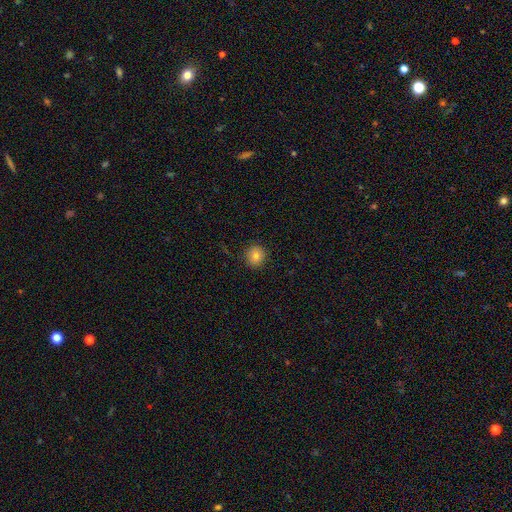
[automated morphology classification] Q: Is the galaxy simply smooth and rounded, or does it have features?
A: smooth — 81%.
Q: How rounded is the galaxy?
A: round — 90%.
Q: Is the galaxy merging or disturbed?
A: none — 89%.